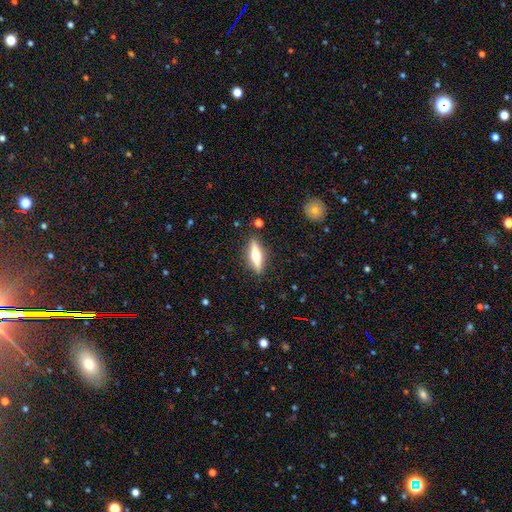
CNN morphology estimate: Smooth or featured: featured or disk — 57% (smooth — 37%)
Edge-on disk: yes — 93% (no — 7%)
Edge-on bulge: rounded — 93% (boxy — 4%)
Merging: none — 88% (minor disturbance — 8%)